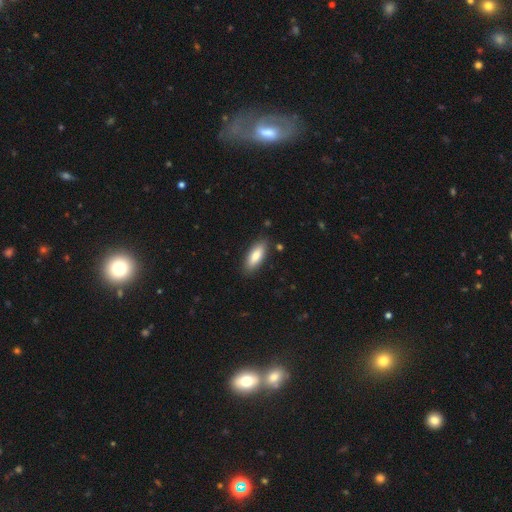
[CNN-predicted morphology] Smooth or featured?
  - smooth: 82% *
  - featured or disk: 13%
  - star or artifact: 6%
How rounded?
  - in between: 70% *
  - cigar-shaped: 28%
  - round: 2%
Merging?
  - none: 86% *
  - minor disturbance: 10%
  - major disturbance: 2%
  - merger: 2%